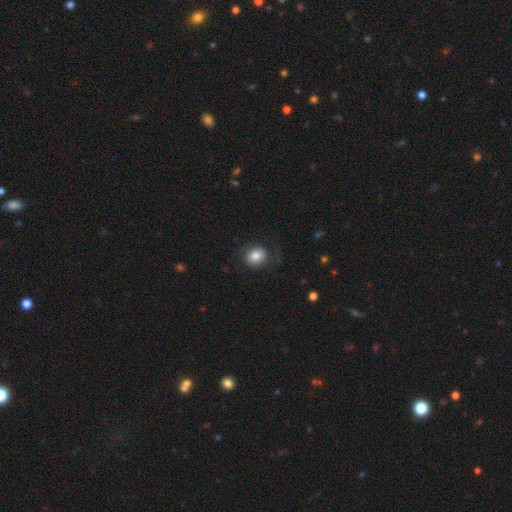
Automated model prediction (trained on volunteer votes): This is likely a smooth galaxy (79%). How rounded: likely round (69%). Merging: likely none (77%).